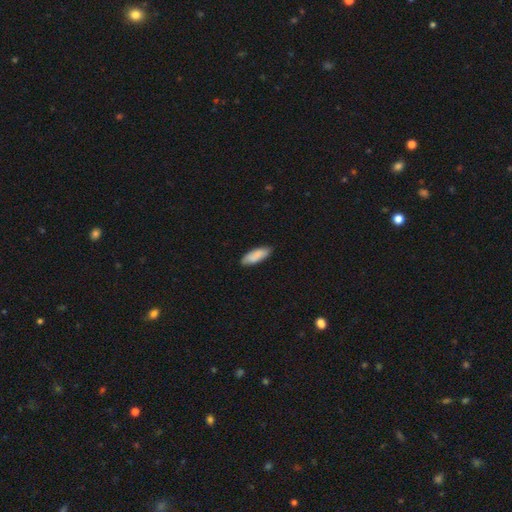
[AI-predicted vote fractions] Q: Smooth or featured?
A: smooth (88%); runner-up: featured or disk (7%)
Q: How rounded?
A: in between (63%); runner-up: cigar-shaped (35%)
Q: Merging?
A: none (86%); runner-up: minor disturbance (12%)